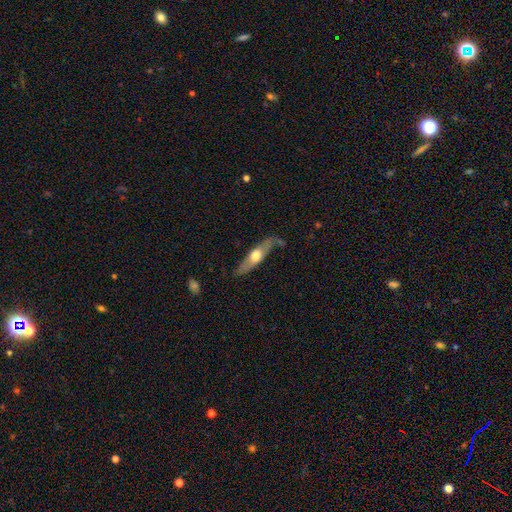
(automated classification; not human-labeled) Smooth or featured?
  - featured or disk: 51% *
  - smooth: 44%
  - star or artifact: 5%
Edge-on disk?
  - yes: 72% *
  - no: 28%
Merging?
  - none: 71% *
  - minor disturbance: 20%
  - major disturbance: 6%
  - merger: 3%